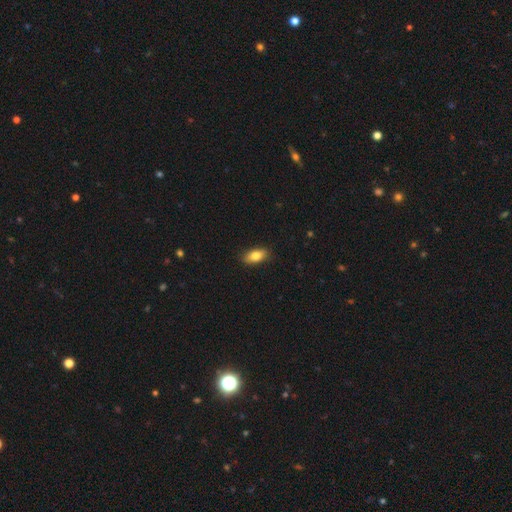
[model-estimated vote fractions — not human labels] This appears to be a smooth galaxy with no disk features (82%) that is in between round and cigar-shaped (87%). Merging: none (87%).